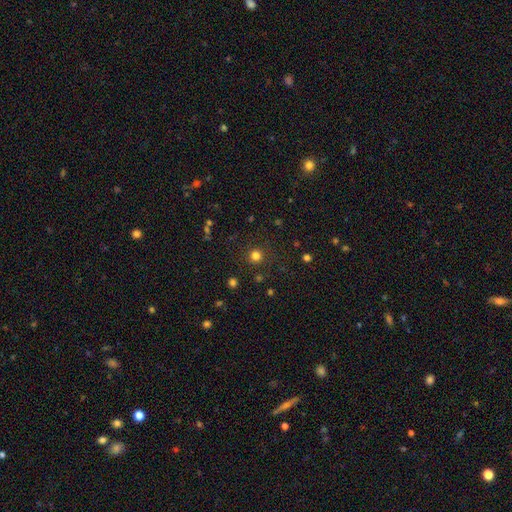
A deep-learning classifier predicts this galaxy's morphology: This is likely a smooth galaxy (79%). How rounded: clearly round (94%). Merging: clearly none (89%).